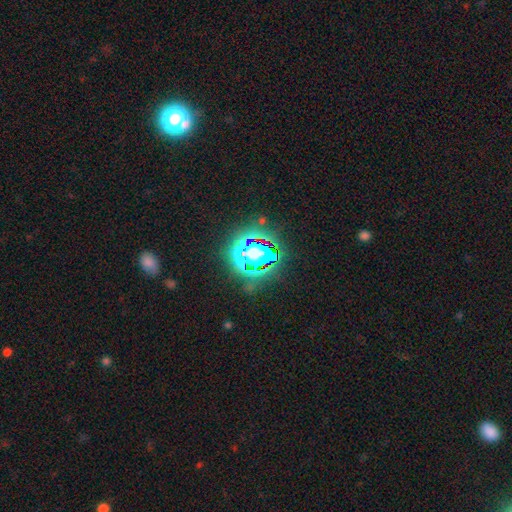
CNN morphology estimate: Smooth or featured: star or artifact — 58% (smooth — 27%)